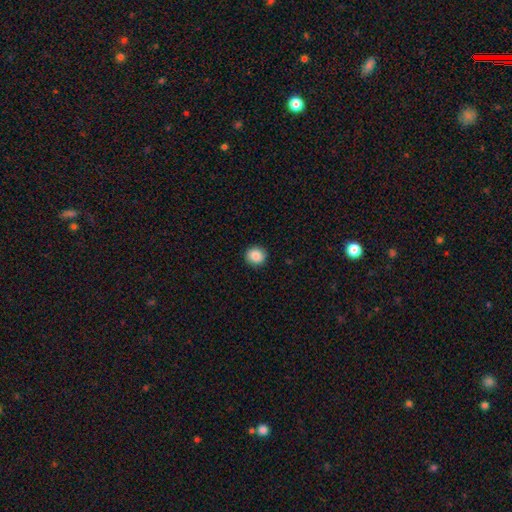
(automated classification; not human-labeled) A smooth galaxy with no disk features (87%) that is round (90%).

Vote fractions:
- Smooth or featured? smooth: 87% / star or artifact: 8% / featured or disk: 5%
- How rounded? round: 90% / in between: 9% / cigar-shaped: 1%
- Merging? none: 91% / minor disturbance: 7% / major disturbance: 2% / merger: 1%